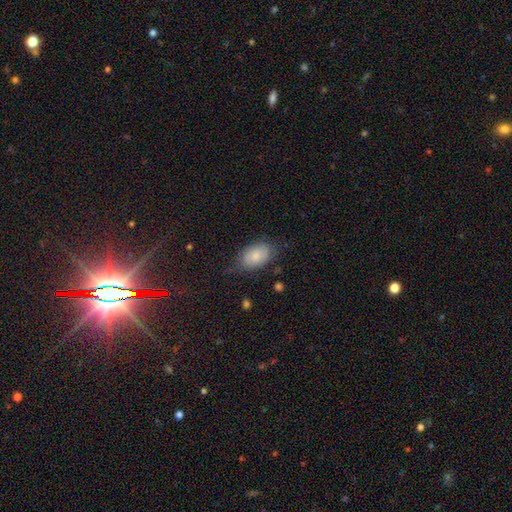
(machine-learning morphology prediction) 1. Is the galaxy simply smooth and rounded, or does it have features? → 74% smooth, 18% featured or disk, 7% star or artifact.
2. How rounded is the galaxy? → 90% in between, 9% round, 1% cigar-shaped.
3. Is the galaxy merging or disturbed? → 65% none, 25% minor disturbance, 8% major disturbance, 2% merger.